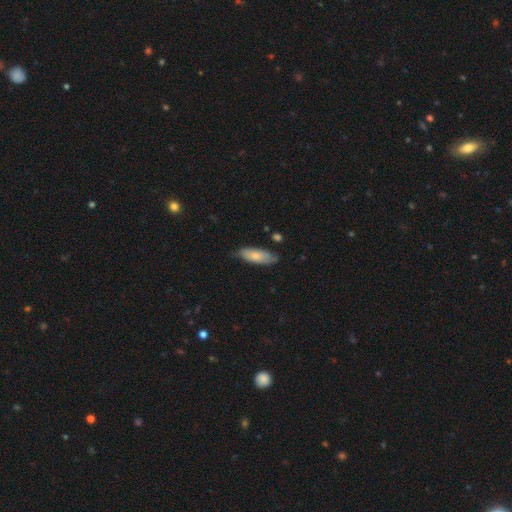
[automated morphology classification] A smooth galaxy with no disk features (73%) that is in between round and cigar-shaped (66%).

Vote fractions:
- Smooth or featured? smooth: 73% / featured or disk: 22% / star or artifact: 6%
- How rounded? in between: 66% / cigar-shaped: 32% / round: 2%
- Merging? none: 67% / minor disturbance: 27% / major disturbance: 4% / merger: 2%